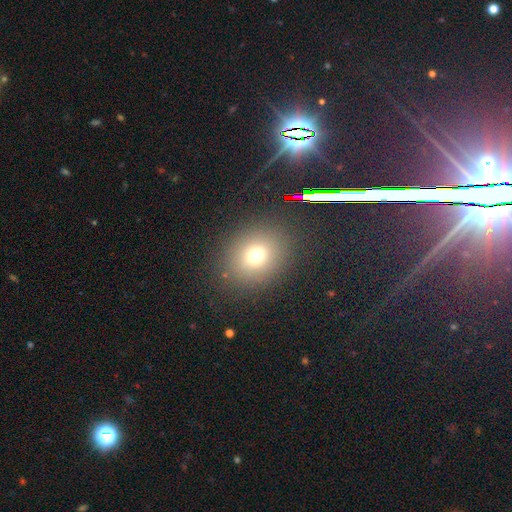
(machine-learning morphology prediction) Overall: smooth (71%). How rounded: round (62%; in between 37%). Merging: none (85%).